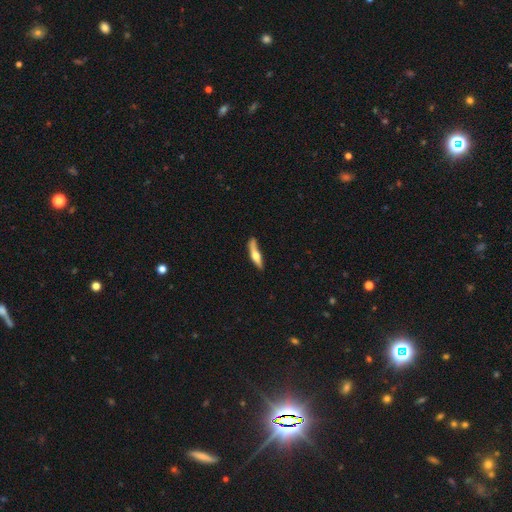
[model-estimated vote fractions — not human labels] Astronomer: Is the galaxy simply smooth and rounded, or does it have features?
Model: featured or disk — 50% (runner-up: smooth, 44%).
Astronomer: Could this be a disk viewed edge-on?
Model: yes — 92%.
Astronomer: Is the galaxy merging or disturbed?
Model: none — 70%.